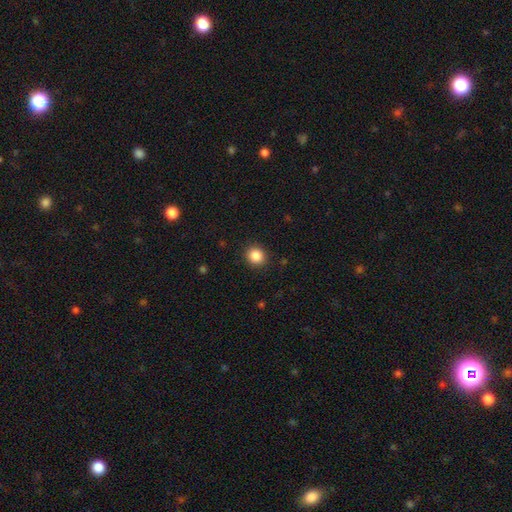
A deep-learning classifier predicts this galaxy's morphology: Smooth or featured? Predicted: smooth (p=0.87). How rounded? Predicted: round (p=0.86). Merging? Predicted: none (p=0.90).